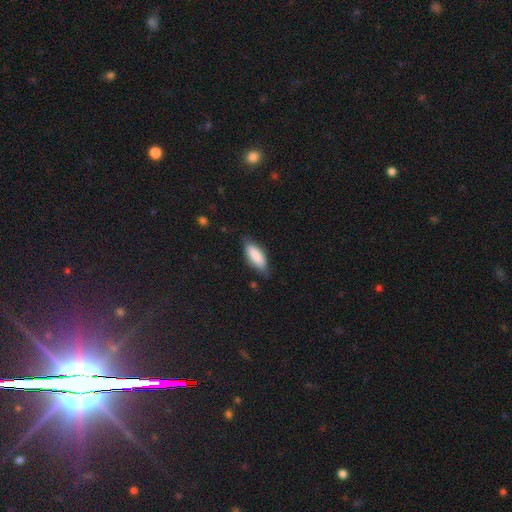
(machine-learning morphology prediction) smooth_or_featured: smooth (p=0.84) [alt: featured or disk p=0.10]
how_rounded: in between (p=0.75) [alt: cigar-shaped p=0.24]
merging: none (p=0.73) [alt: minor disturbance p=0.22]